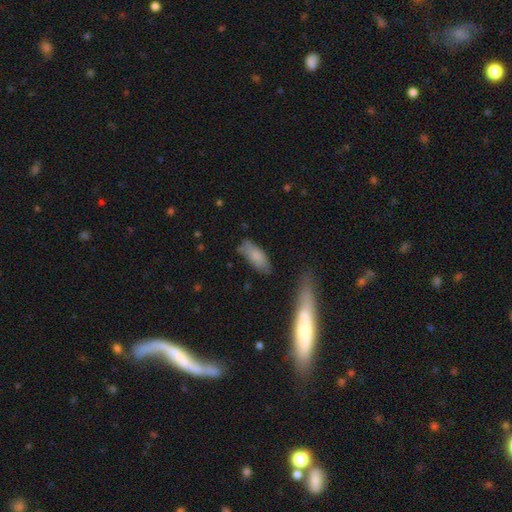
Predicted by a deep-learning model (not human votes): smooth 79%, featured or disk 14%, star or artifact 6%. Down the decision tree: how rounded — in between (73%); merging — none (66%).